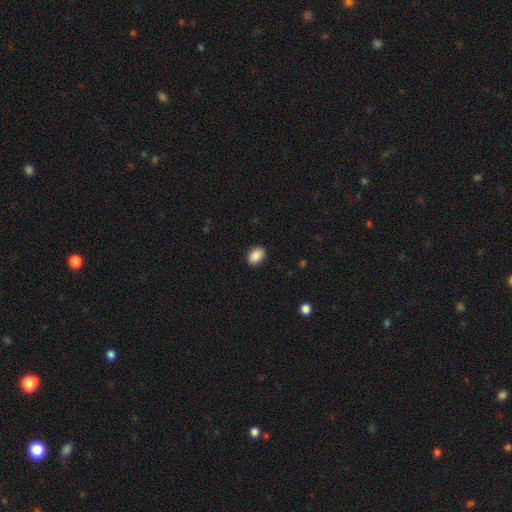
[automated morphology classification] This appears to be a smooth galaxy with no disk features (89%) that is in between round and cigar-shaped (81%). Merging: none (88%).